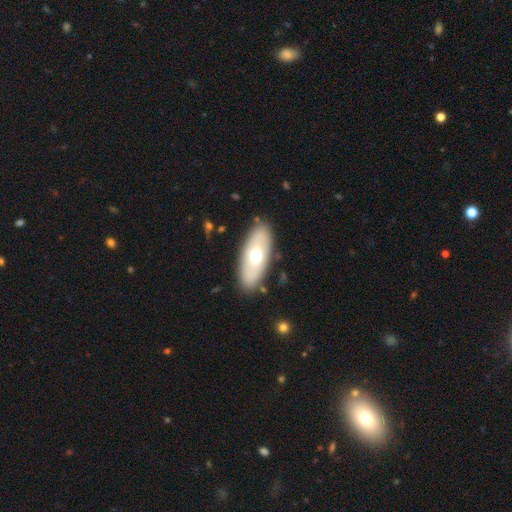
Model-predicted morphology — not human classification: The model was most divided on "smooth or featured": smooth: 56%, featured or disk: 38%, star or artifact: 6%. More confident: merging — none (86%); how rounded — in between (82%).